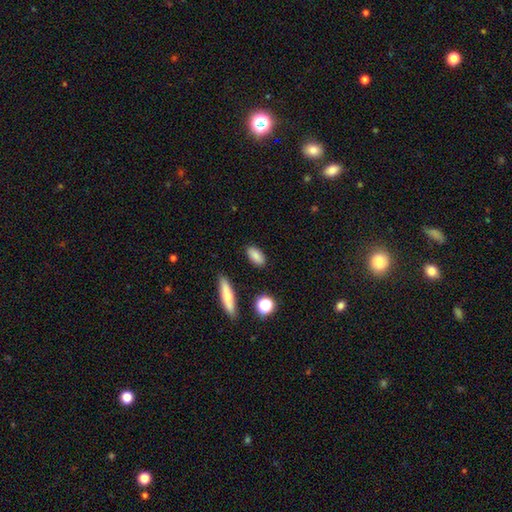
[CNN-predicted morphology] Overall: smooth (83%). How rounded: in between (86%). Merging: none (87%).